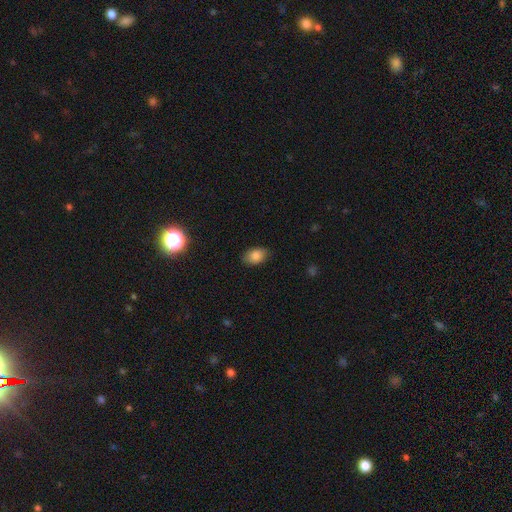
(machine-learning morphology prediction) Smooth or featured: smooth — 84% (star or artifact — 9%)
How rounded: in between — 86% (round — 13%)
Merging: none — 82% (minor disturbance — 14%)